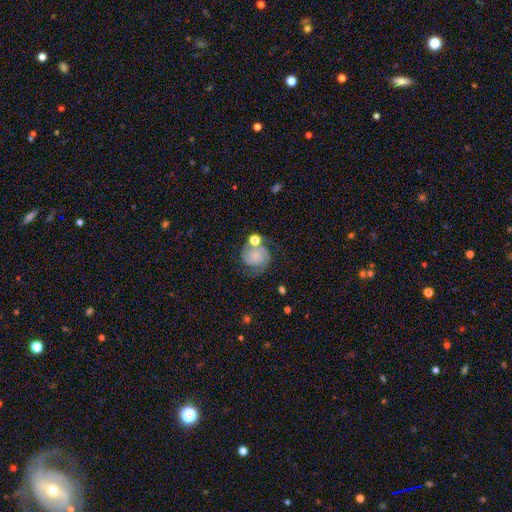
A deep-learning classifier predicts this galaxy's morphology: The model was most divided on "spiral winding": tight: 46%, medium: 39%, loose: 16%. More confident: edge-on disk — no (98%); spiral arms — yes (92%); spiral arm count — 2 (79%); bar — no (79%); smooth or featured — featured or disk (60%); merging — none (53%); bulge size — small (52%).